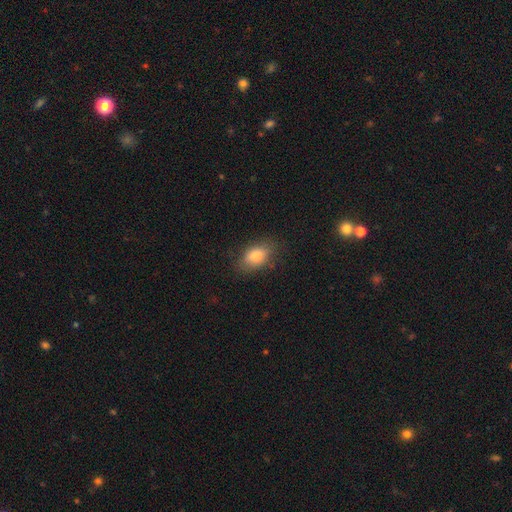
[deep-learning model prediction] A smooth galaxy with no disk features (81%) that is in between round and cigar-shaped (87%).

Vote fractions:
- Smooth or featured? smooth: 81% / featured or disk: 10% / star or artifact: 9%
- How rounded? in between: 87% / round: 9% / cigar-shaped: 4%
- Merging? none: 79% / minor disturbance: 16% / major disturbance: 4% / merger: 1%